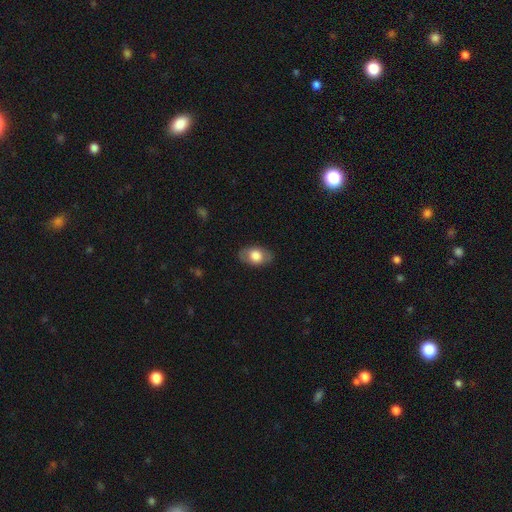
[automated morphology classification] This is likely a smooth galaxy (70%). How rounded: clearly in between (86%). Merging: clearly none (82%).